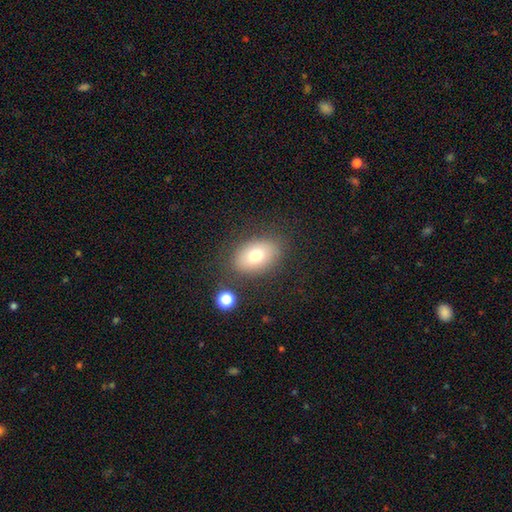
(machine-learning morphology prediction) Smooth or featured? smooth (73%)
How rounded? in between (81%)
Merging? none (80%)